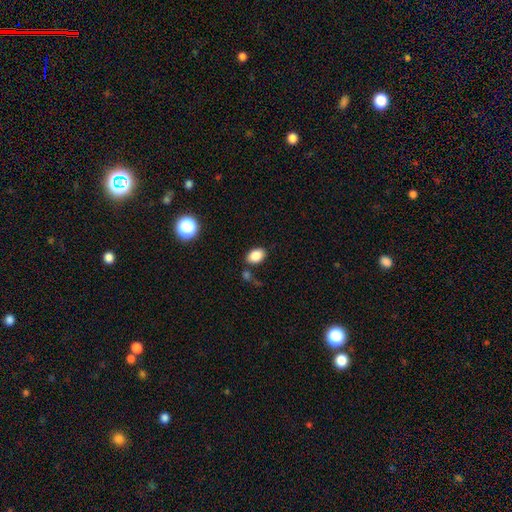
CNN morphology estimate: This is clearly a smooth galaxy (86%). How rounded: clearly in between (83%). Merging: likely none (77%).